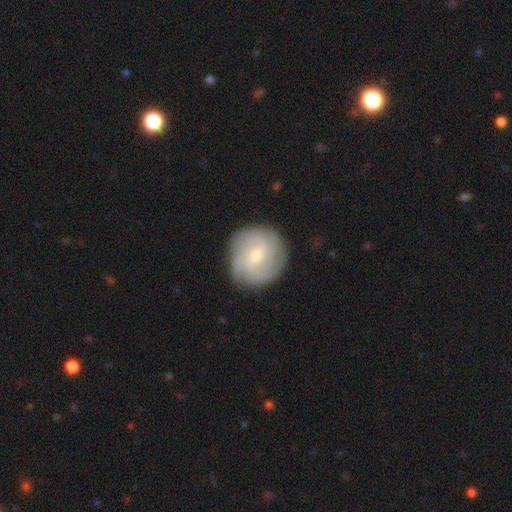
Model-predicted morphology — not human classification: smooth_or_featured: featured or disk (p=0.73) [alt: smooth p=0.21]
disk_edge_on: no (p=0.97) [alt: yes p=0.03]
bar: weak (p=0.56) [alt: no p=0.33]
has_spiral_arms: yes (p=0.92) [alt: no p=0.08]
spiral_winding: tight (p=0.62) [alt: medium p=0.30]
spiral_arm_count: can't tell (p=0.33) [alt: 3 p=0.24]
bulge_size: small (p=0.54) [alt: moderate p=0.42]
merging: none (p=0.82) [alt: minor disturbance p=0.13]